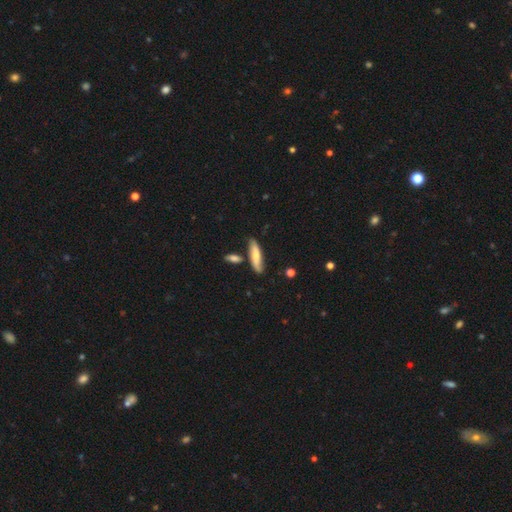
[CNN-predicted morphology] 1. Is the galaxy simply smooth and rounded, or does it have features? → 62% smooth, 32% featured or disk, 6% star or artifact.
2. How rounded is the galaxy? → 64% cigar-shaped, 33% in between, 2% round.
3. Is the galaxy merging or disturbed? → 70% none, 18% minor disturbance, 8% merger, 4% major disturbance.